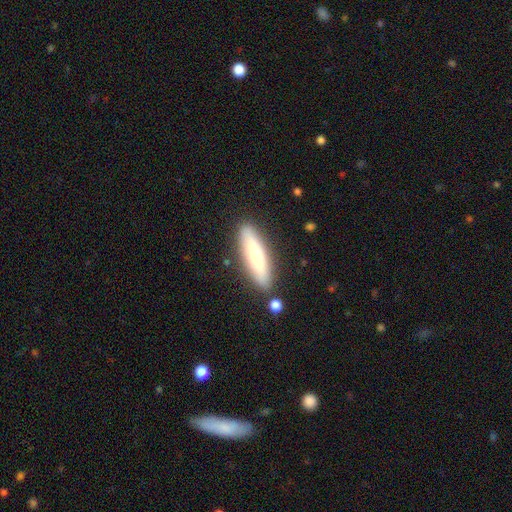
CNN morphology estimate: Q: Smooth or featured?
A: smooth (65%); runner-up: featured or disk (29%)
Q: How rounded?
A: cigar-shaped (70%); runner-up: in between (29%)
Q: Merging?
A: none (84%); runner-up: minor disturbance (10%)